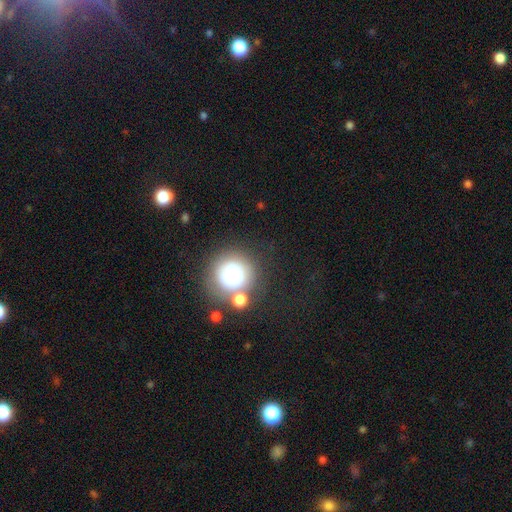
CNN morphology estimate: This is possibly a smooth galaxy (55%). How rounded: clearly round (92%). Merging: likely none (73%).